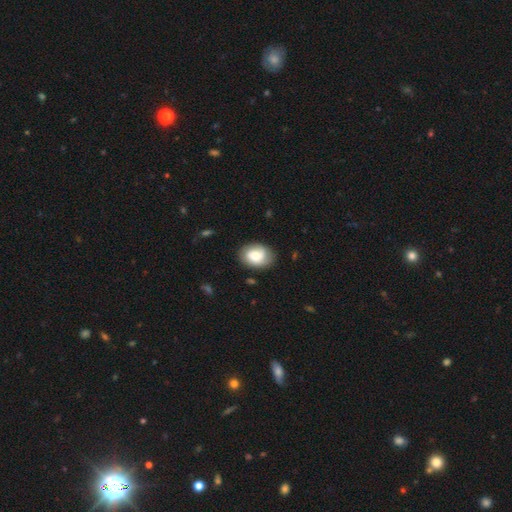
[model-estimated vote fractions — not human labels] This is possibly a smooth galaxy (60%). How rounded: likely in between (72%). Merging: clearly none (80%).